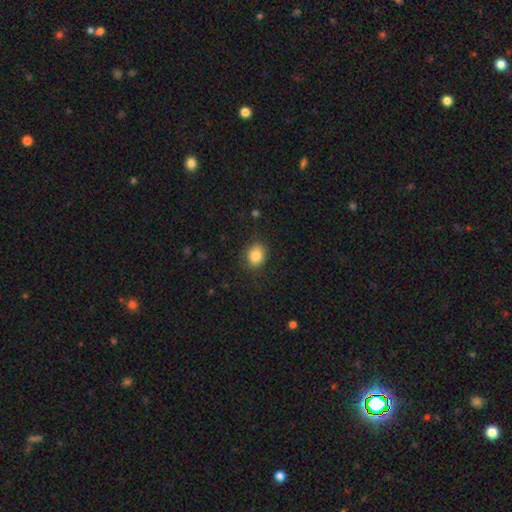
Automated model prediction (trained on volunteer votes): smooth-or-featured: smooth: 86% | star or artifact: 9% | featured or disk: 5%
  how-rounded: round: 57% | in between: 42% | cigar-shaped: 1%
  merging: none: 83% | minor disturbance: 12% | major disturbance: 3% | merger: 1%